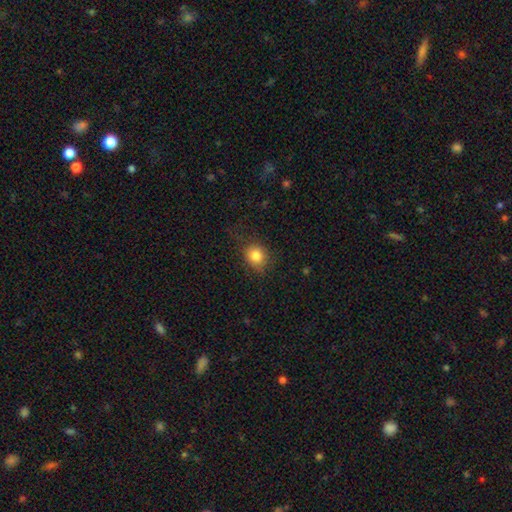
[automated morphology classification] A smooth galaxy with no disk features (82%) that is round (72%).

Vote fractions:
- Smooth or featured? smooth: 82% / star or artifact: 10% / featured or disk: 7%
- How rounded? round: 72% / in between: 27% / cigar-shaped: 1%
- Merging? none: 71% / minor disturbance: 20% / major disturbance: 8% / merger: 1%